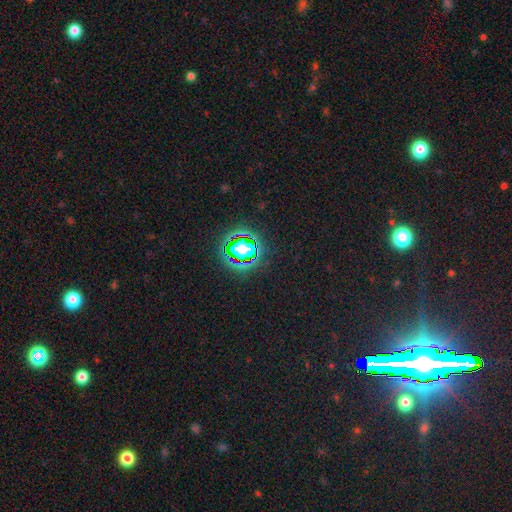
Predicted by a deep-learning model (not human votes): Smooth or featured: star or artifact — 81% (smooth — 11%)